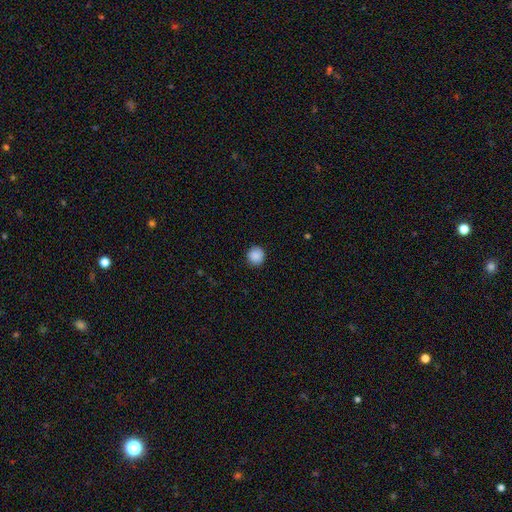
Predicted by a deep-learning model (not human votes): smooth_or_featured: smooth (p=0.89) [alt: star or artifact p=0.08]
how_rounded: round (p=0.94) [alt: in between p=0.05]
merging: none (p=0.91) [alt: minor disturbance p=0.06]